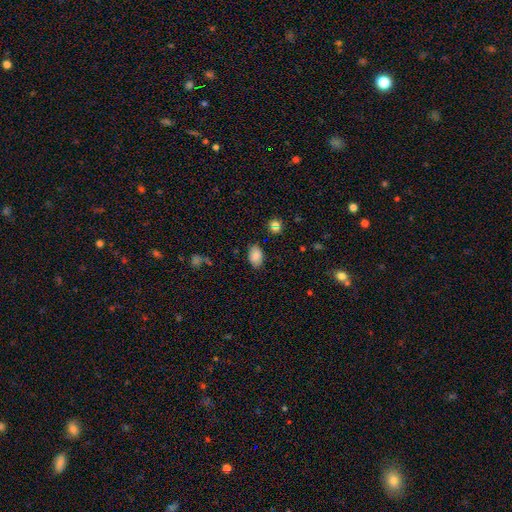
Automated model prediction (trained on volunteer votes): A smooth galaxy with no disk features (83%) that is in between round and cigar-shaped (89%). Merging: none (83%).